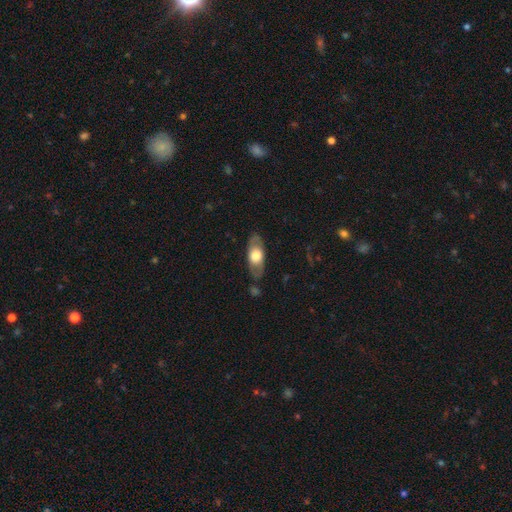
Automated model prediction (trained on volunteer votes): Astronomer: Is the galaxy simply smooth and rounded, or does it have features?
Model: smooth — 51% (runner-up: featured or disk, 44%).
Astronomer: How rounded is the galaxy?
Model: in between — 81%.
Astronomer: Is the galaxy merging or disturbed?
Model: none — 79%.